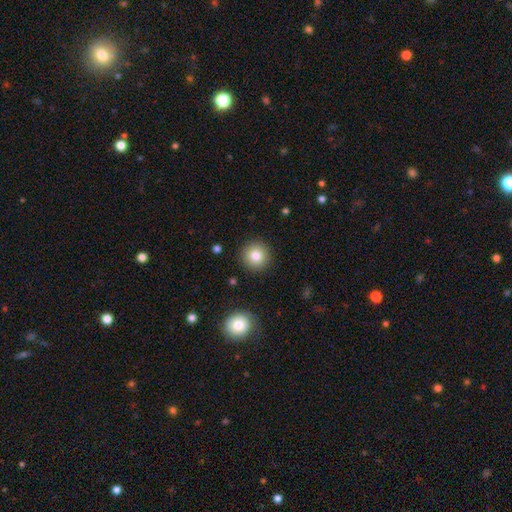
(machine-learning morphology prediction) A smooth galaxy with no disk features (81%) that is round (95%). Merging: none (90%).